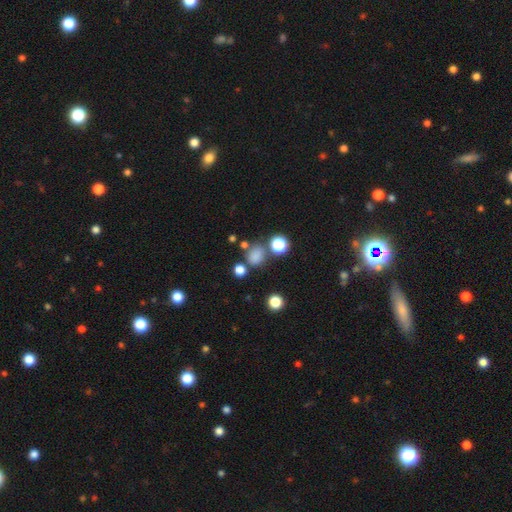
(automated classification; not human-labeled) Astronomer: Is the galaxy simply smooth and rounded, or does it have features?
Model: smooth — 75%.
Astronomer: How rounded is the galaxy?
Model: round — 69%.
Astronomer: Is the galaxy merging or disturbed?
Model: none — 68%.